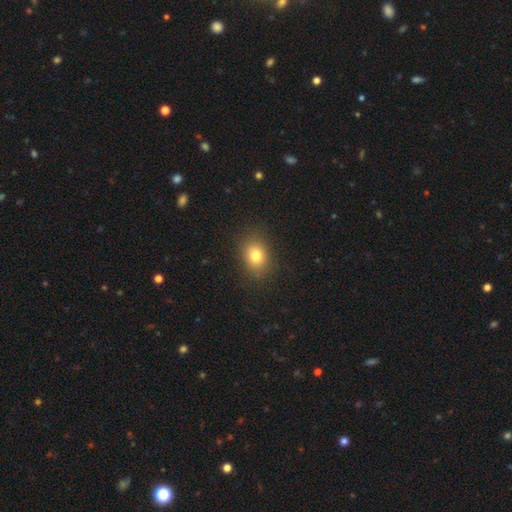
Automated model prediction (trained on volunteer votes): Smooth or featured? smooth (80%)
How rounded? in between (57%)
Merging? none (85%)